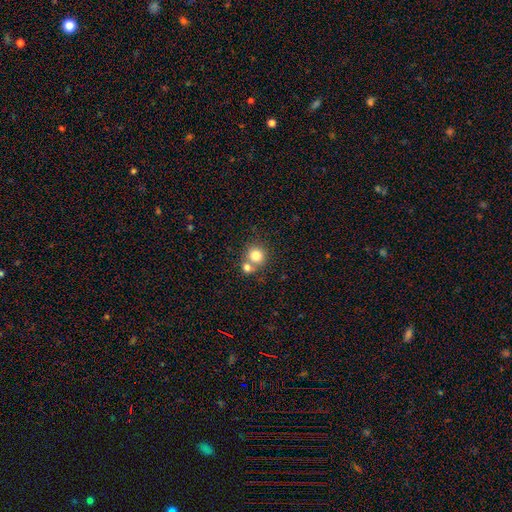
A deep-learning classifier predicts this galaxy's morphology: smooth 80%, star or artifact 11%, featured or disk 10%. Down the decision tree: how rounded — round (87%); merging — none (51%).